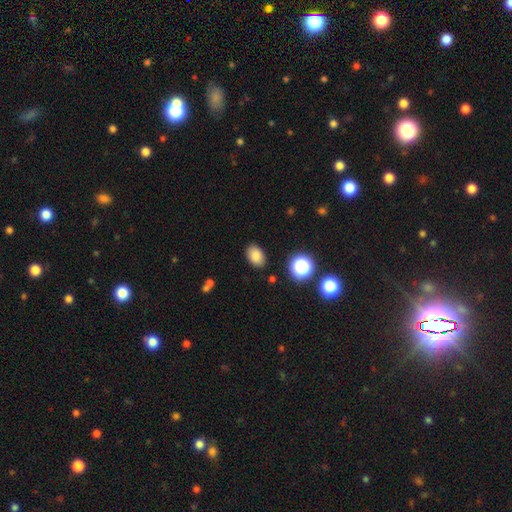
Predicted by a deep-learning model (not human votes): The model was most divided on "how rounded": in between: 83%, round: 16%, cigar-shaped: 1%. More confident: merging — none (86%); smooth or featured — smooth (83%).